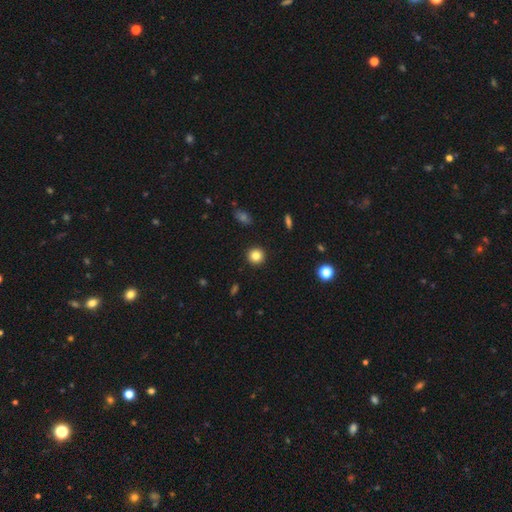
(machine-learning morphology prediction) This is clearly a smooth galaxy (83%). How rounded: clearly round (94%). Merging: clearly none (93%).